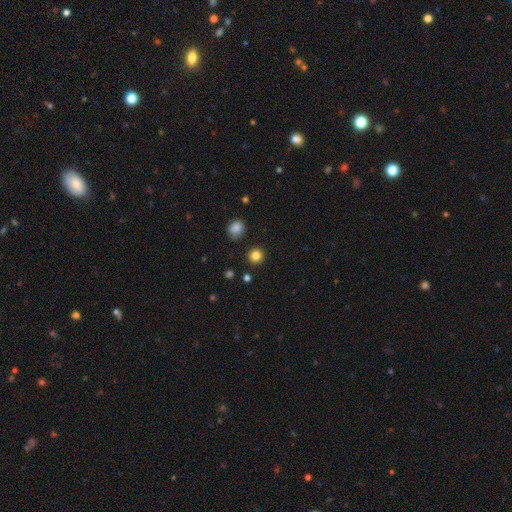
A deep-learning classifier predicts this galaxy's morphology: Smooth or featured: smooth — 83% (star or artifact — 12%)
How rounded: round — 93% (in between — 6%)
Merging: none — 90% (minor disturbance — 6%)